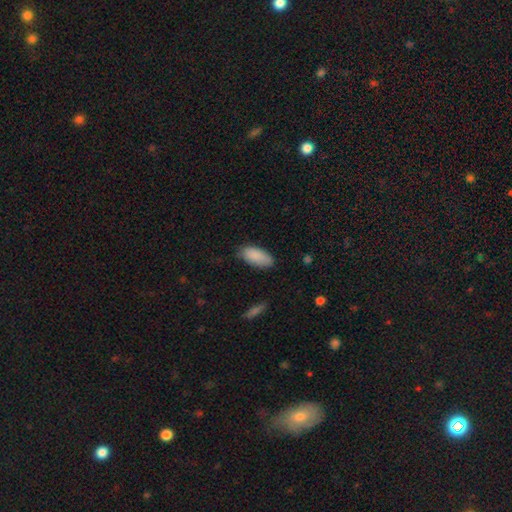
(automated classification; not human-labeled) smooth_or_featured: smooth (p=0.88) [alt: star or artifact p=0.06]
how_rounded: in between (p=0.89) [alt: cigar-shaped p=0.09]
merging: none (p=0.74) [alt: minor disturbance p=0.20]